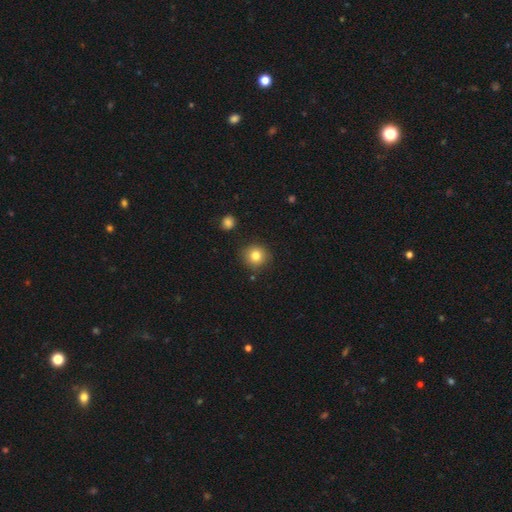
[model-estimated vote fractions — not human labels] smooth_or_featured: smooth (p=0.81) [alt: star or artifact p=0.11]
how_rounded: round (p=0.90) [alt: in between p=0.09]
merging: none (p=0.87) [alt: minor disturbance p=0.08]